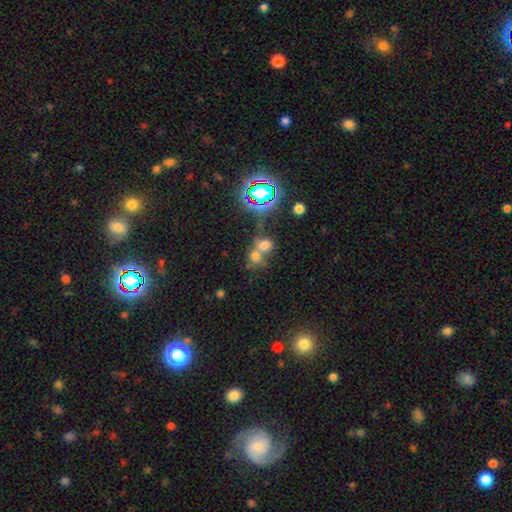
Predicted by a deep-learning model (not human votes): The model was most divided on "smooth or featured": star or artifact: 49%, smooth: 39%, featured or disk: 13%.